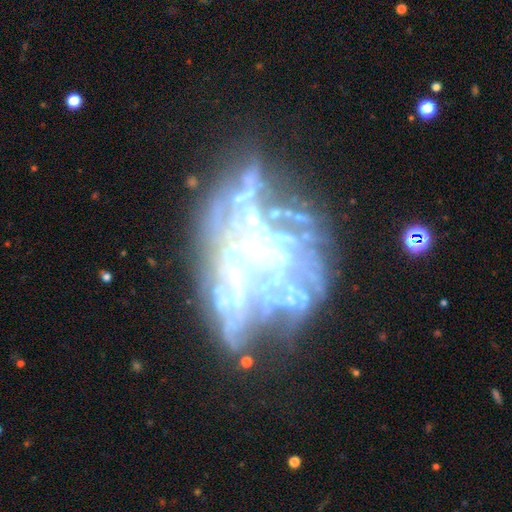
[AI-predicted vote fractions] Smooth or featured?
  - featured or disk: 73% *
  - star or artifact: 19%
  - smooth: 9%
Edge-on disk?
  - no: 96% *
  - yes: 4%
Bar?
  - no: 77% *
  - weak: 14%
  - strong: 10%
Spiral arms?
  - no: 70% *
  - yes: 30%
Bulge size?
  - none: 35% *
  - moderate: 30%
  - small: 25%
  - large: 7%
  - dominant: 3%
Merging?
  - none: 45% *
  - major disturbance: 28%
  - minor disturbance: 17%
  - merger: 10%